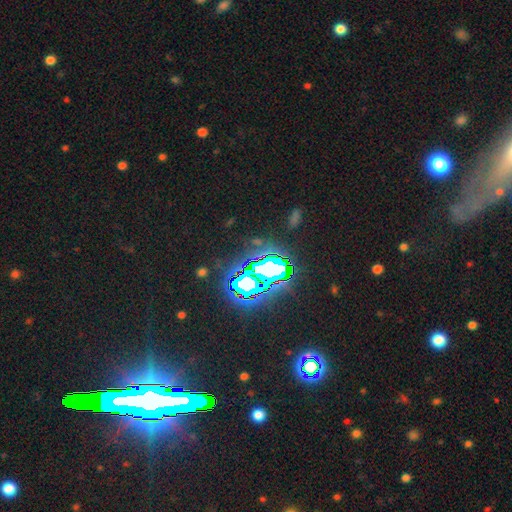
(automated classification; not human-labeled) Smooth or featured: star or artifact — 80% (featured or disk — 10%)